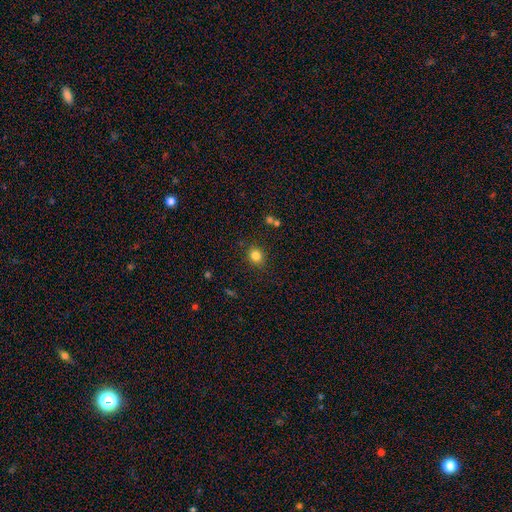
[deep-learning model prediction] A smooth galaxy with no disk features (82%) that is round (81%).

Vote fractions:
- Smooth or featured? smooth: 82% / star or artifact: 12% / featured or disk: 5%
- How rounded? round: 81% / in between: 18% / cigar-shaped: 1%
- Merging? none: 86% / minor disturbance: 9% / major disturbance: 3% / merger: 2%